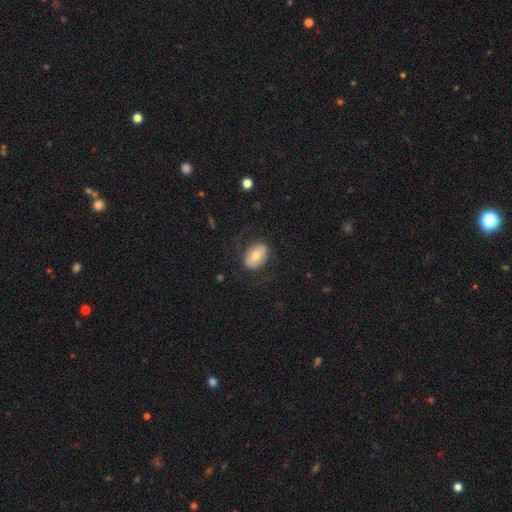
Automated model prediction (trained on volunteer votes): The model was most divided on "smooth or featured": smooth: 65%, featured or disk: 28%, star or artifact: 7%. More confident: how rounded — in between (82%); merging — none (76%).